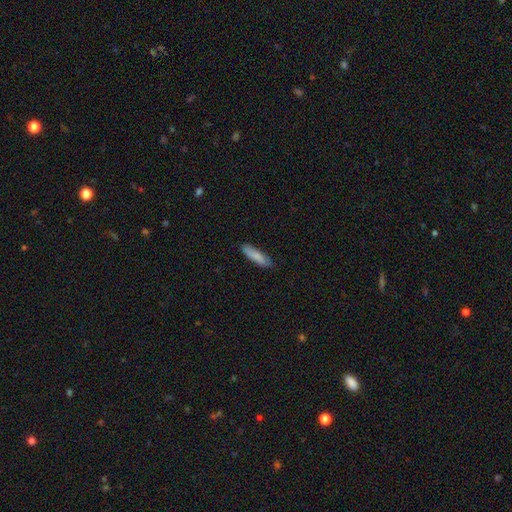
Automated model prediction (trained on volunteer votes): Smooth or featured: smooth — 85% (featured or disk — 10%)
How rounded: cigar-shaped — 69% (in between — 30%)
Merging: none — 86% (minor disturbance — 11%)